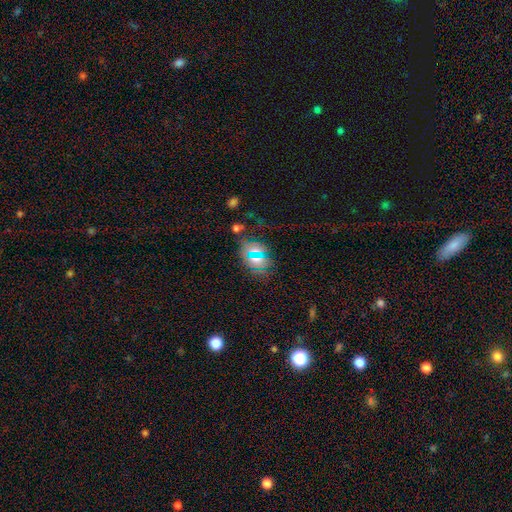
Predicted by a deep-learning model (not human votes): Smooth or featured? Predicted: smooth (p=0.49). Merging? Predicted: none (p=0.68).